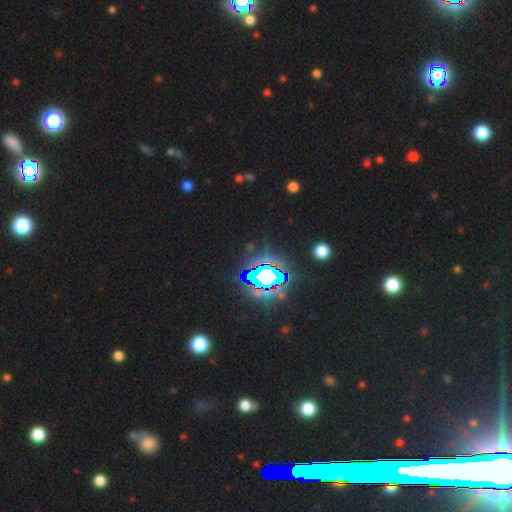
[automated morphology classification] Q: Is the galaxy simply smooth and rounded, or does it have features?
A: star or artifact — 82%.